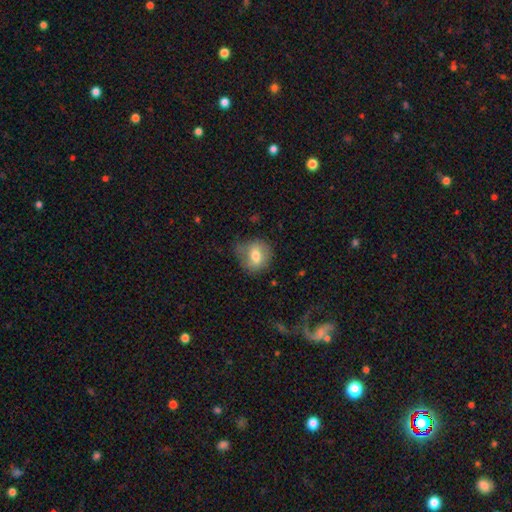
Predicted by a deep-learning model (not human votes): Overall: smooth (69%). How rounded: round (70%). Merging: none (63%; minor disturbance 26%).